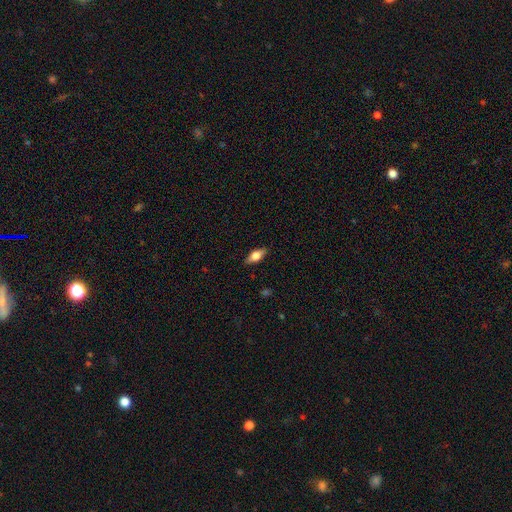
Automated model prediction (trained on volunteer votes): Morphology: type=smooth (57%); roundness=in between (76%); merging=none (86%).